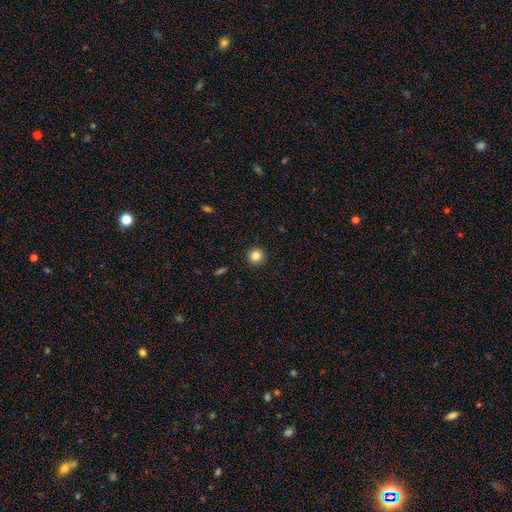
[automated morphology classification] Overall: smooth (85%). How rounded: round (94%). Merging: none (93%).